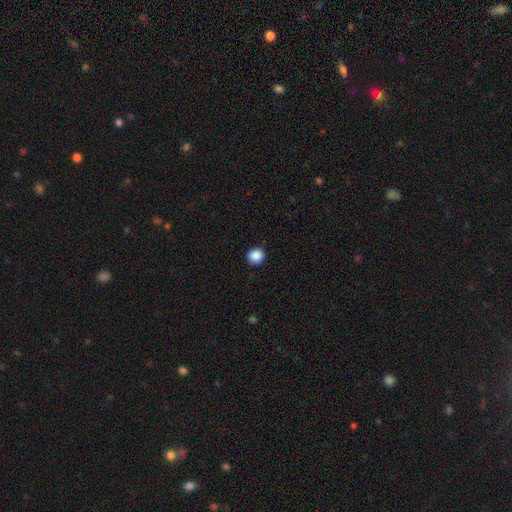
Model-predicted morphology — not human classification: smooth 88%, star or artifact 9%, featured or disk 2%. Down the decision tree: how rounded — round (90%); merging — none (92%).